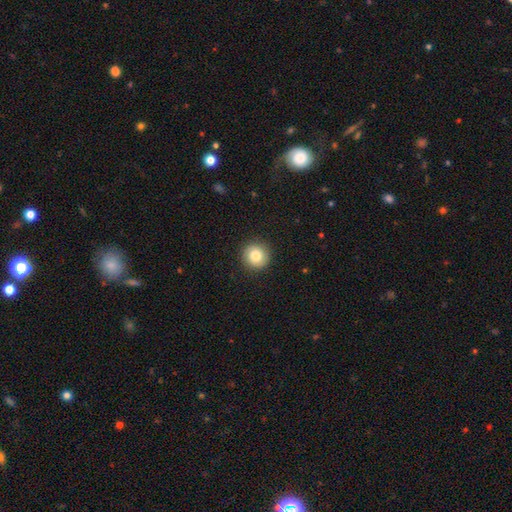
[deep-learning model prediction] A smooth galaxy with no disk features (80%) that is round (94%).

Vote fractions:
- Smooth or featured? smooth: 80% / featured or disk: 11% / star or artifact: 9%
- How rounded? round: 94% / in between: 5% / cigar-shaped: 1%
- Merging? none: 90% / minor disturbance: 7% / major disturbance: 2% / merger: 1%